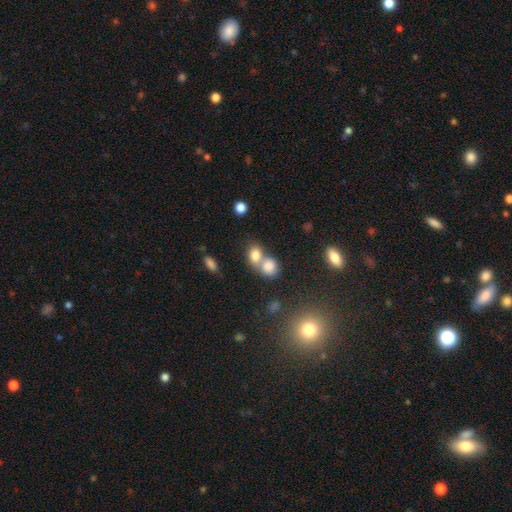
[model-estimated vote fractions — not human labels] Smooth or featured? smooth (79%)
How rounded? in between (50%)
Merging? merger (60%)